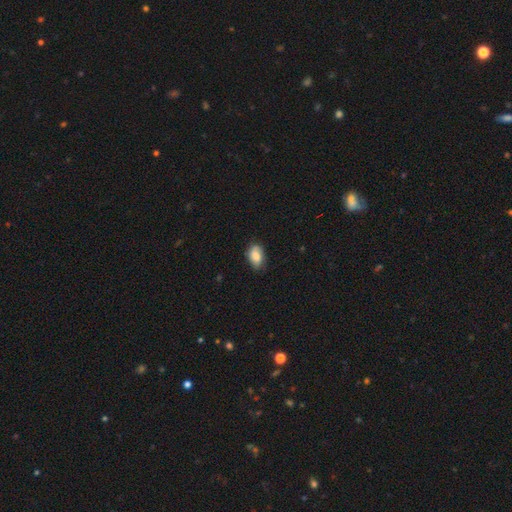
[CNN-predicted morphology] Smooth or featured? smooth (81%)
How rounded? in between (90%)
Merging? none (72%)